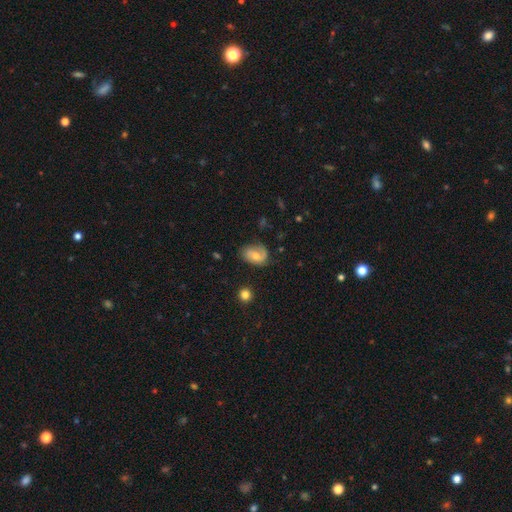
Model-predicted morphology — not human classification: smooth_or_featured: featured or disk (p=0.50) [alt: smooth p=0.42]
merging: none (p=0.59) [alt: minor disturbance p=0.27]